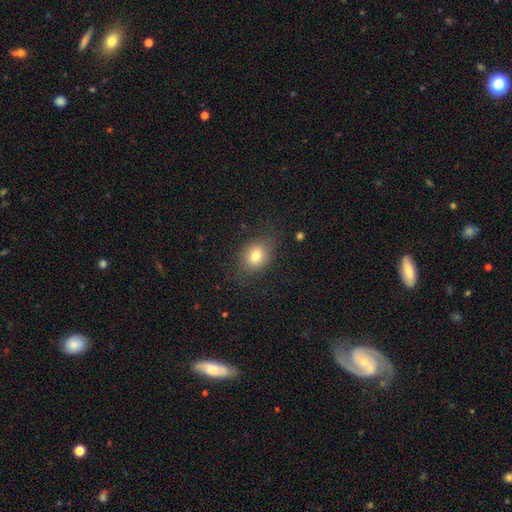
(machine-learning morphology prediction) Overall: smooth (77%). How rounded: in between (54%; round 44%). Merging: none (74%).